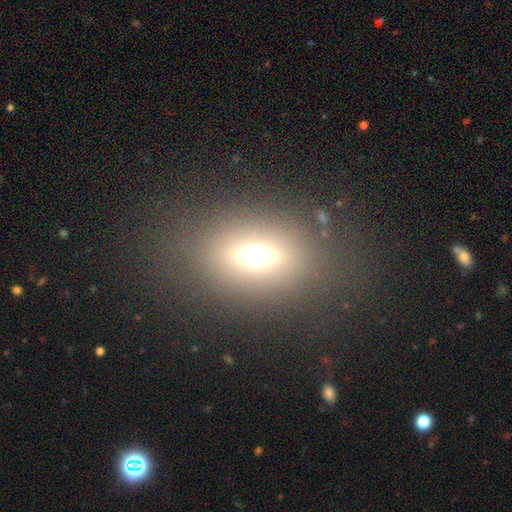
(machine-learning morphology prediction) Smooth or featured?
  - smooth: 54% *
  - featured or disk: 28%
  - star or artifact: 17%
How rounded?
  - in between: 76% *
  - cigar-shaped: 14%
  - round: 10%
Merging?
  - none: 81% *
  - minor disturbance: 10%
  - major disturbance: 7%
  - merger: 2%